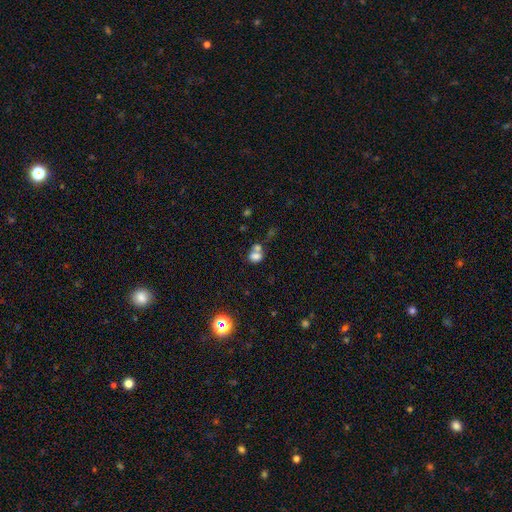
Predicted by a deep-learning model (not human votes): smooth 72%, star or artifact 15%, featured or disk 14%. Down the decision tree: how rounded — in between (52%); merging — merger (54%).